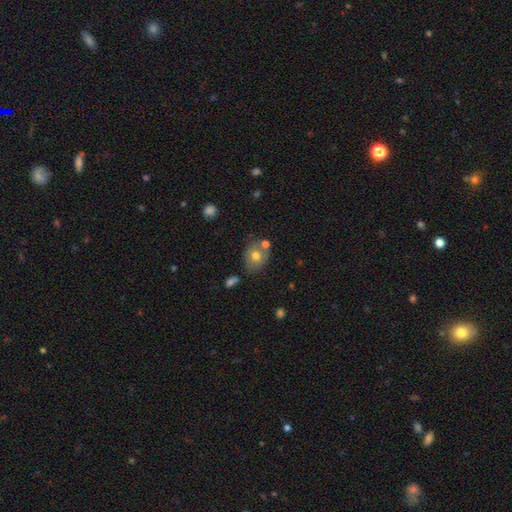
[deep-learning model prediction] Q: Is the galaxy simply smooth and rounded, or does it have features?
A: smooth — 67%.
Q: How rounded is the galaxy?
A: round — 52%.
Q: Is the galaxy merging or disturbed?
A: none — 61%.